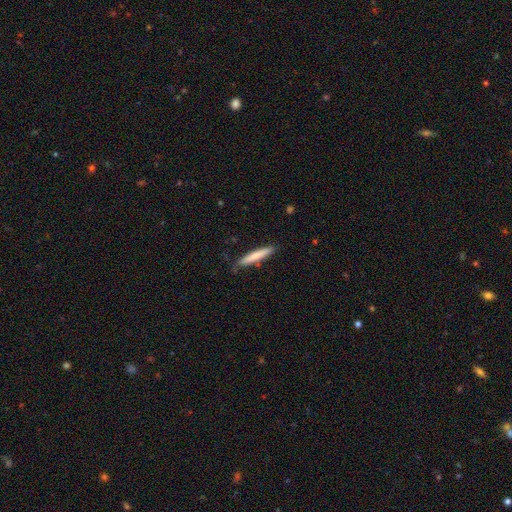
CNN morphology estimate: This is likely a smooth galaxy (73%). How rounded: clearly cigar-shaped (94%). Merging: likely none (80%).